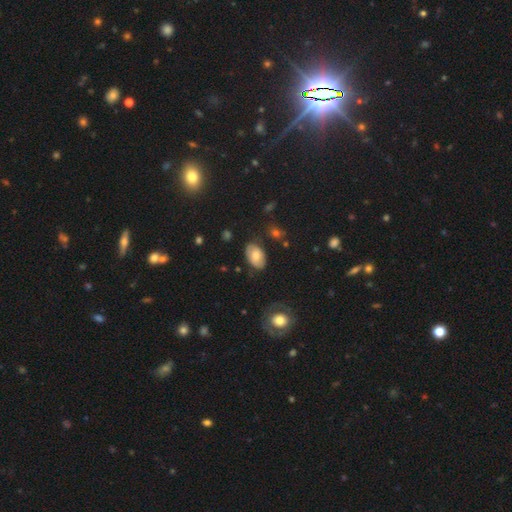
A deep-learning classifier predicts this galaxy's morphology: Smooth or featured?
  - smooth: 67% *
  - featured or disk: 25%
  - star or artifact: 8%
How rounded?
  - in between: 90% *
  - round: 9%
  - cigar-shaped: 1%
Merging?
  - none: 76% *
  - minor disturbance: 17%
  - major disturbance: 5%
  - merger: 2%